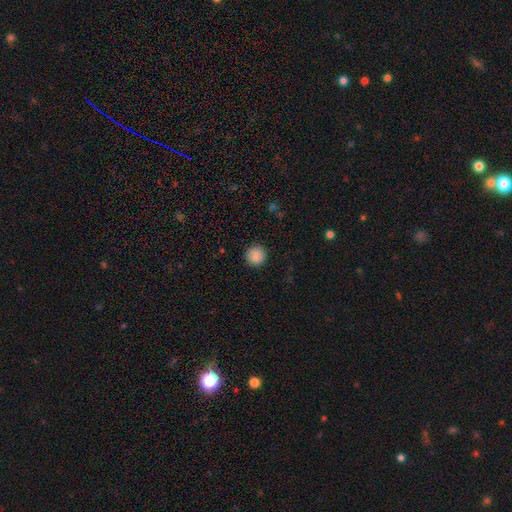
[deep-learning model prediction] Smooth or featured?
  - smooth: 89% *
  - star or artifact: 9%
  - featured or disk: 2%
How rounded?
  - round: 95% *
  - in between: 4%
  - cigar-shaped: 1%
Merging?
  - none: 92% *
  - minor disturbance: 5%
  - major disturbance: 2%
  - merger: 1%